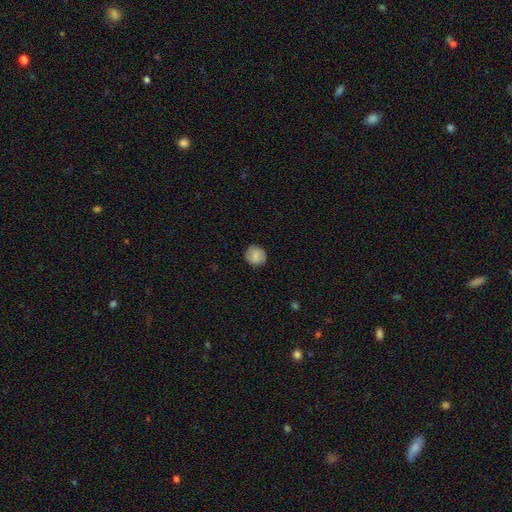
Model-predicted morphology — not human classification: Smooth or featured? smooth (76%)
How rounded? round (85%)
Merging? none (86%)